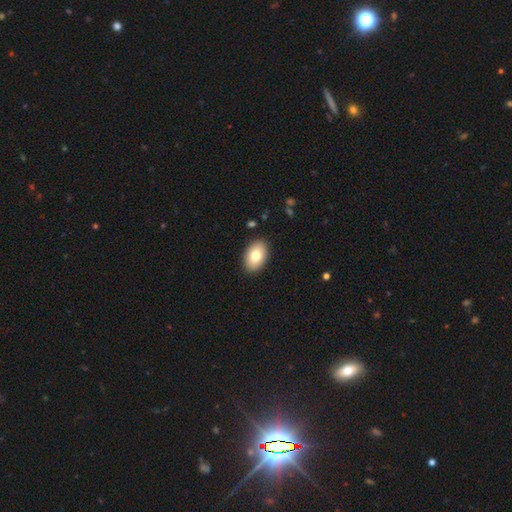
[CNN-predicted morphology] A smooth galaxy with no disk features (79%) that is in between round and cigar-shaped (90%). Merging: none (90%).